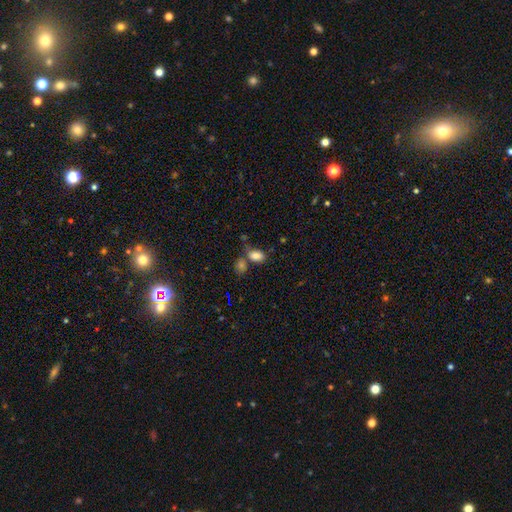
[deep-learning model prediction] Smooth or featured: smooth — 83% (star or artifact — 10%)
How rounded: in between — 88% (round — 10%)
Merging: none — 53% (merger — 27%)